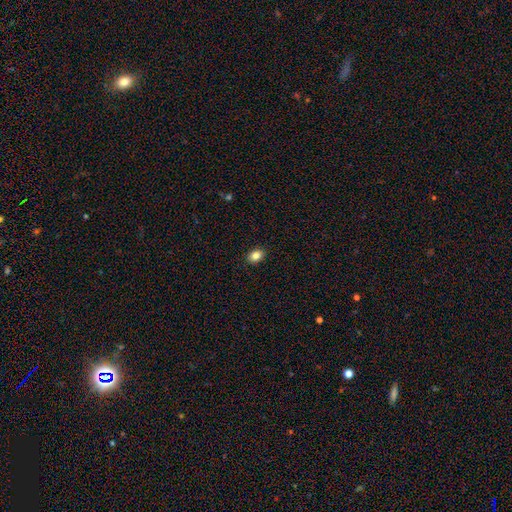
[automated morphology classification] Q: Smooth or featured?
A: smooth (85%); runner-up: star or artifact (9%)
Q: How rounded?
A: in between (78%); runner-up: round (20%)
Q: Merging?
A: none (90%); runner-up: minor disturbance (7%)